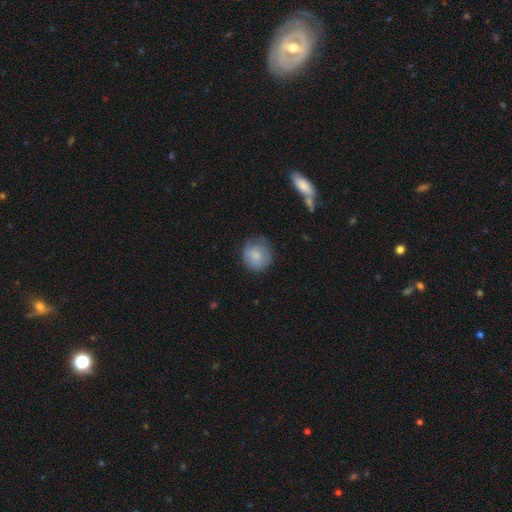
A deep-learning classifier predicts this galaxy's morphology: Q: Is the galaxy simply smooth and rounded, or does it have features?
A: smooth — 73%.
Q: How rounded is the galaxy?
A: round — 85%.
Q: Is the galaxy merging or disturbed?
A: none — 65%.